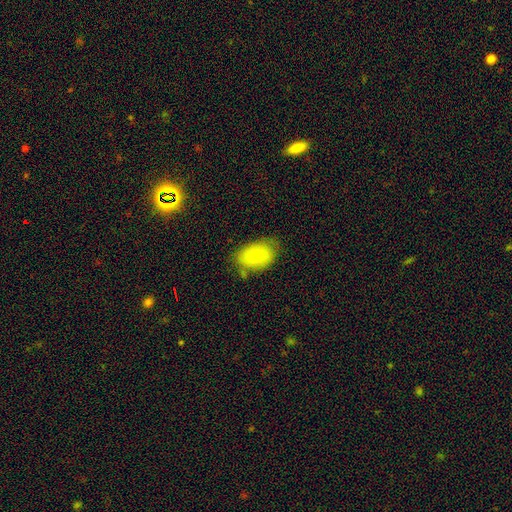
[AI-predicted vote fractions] A smooth galaxy with no disk features (76%) that is in between round and cigar-shaped (87%).

Vote fractions:
- Smooth or featured? smooth: 76% / featured or disk: 17% / star or artifact: 7%
- How rounded? in between: 87% / round: 12% / cigar-shaped: 1%
- Merging? none: 63% / minor disturbance: 26% / major disturbance: 6% / merger: 4%